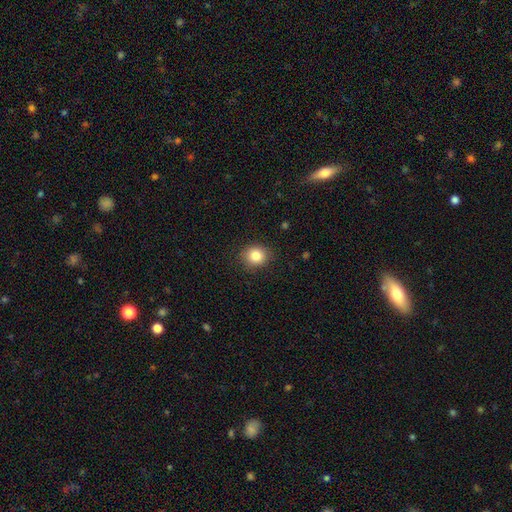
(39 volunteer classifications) This appears to be a smooth galaxy with no disk features (90%) that is round (89%). Merging: none (92%).